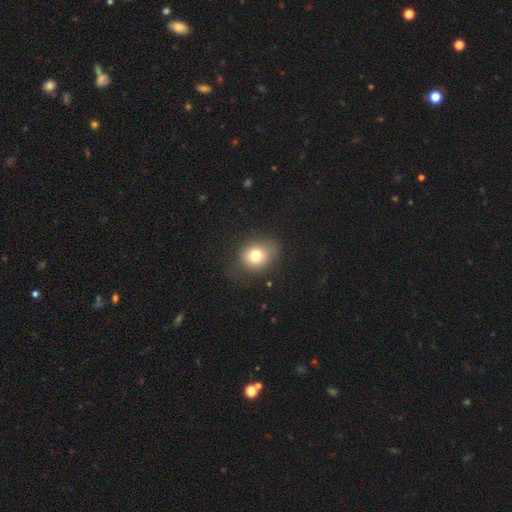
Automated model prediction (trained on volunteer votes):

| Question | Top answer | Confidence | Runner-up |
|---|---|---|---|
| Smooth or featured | smooth | 75% | featured or disk (13%) |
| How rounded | round | 60% | in between (39%) |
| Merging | none | 72% | minor disturbance (20%) |